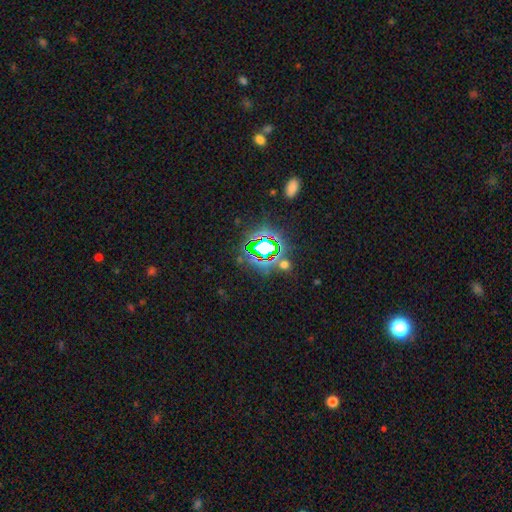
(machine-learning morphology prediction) A star or artifact, not a galaxy (78%).

Vote fractions:
- Smooth or featured? star or artifact: 78% / smooth: 13% / featured or disk: 8%